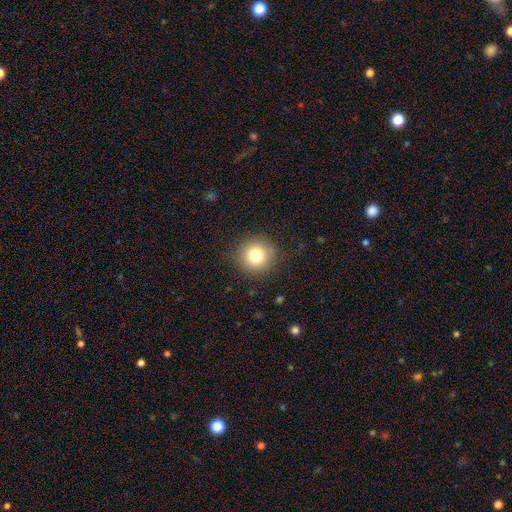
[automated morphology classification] Smooth or featured? smooth (79%)
How rounded? round (92%)
Merging? none (89%)